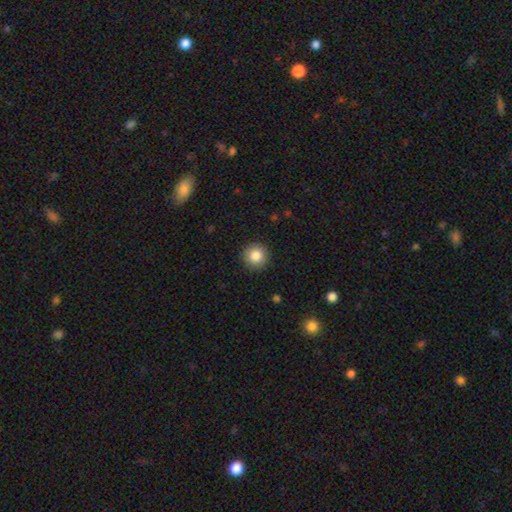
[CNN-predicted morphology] Q: Smooth or featured?
A: smooth (83%); runner-up: star or artifact (9%)
Q: How rounded?
A: round (95%); runner-up: in between (4%)
Q: Merging?
A: none (92%); runner-up: minor disturbance (6%)